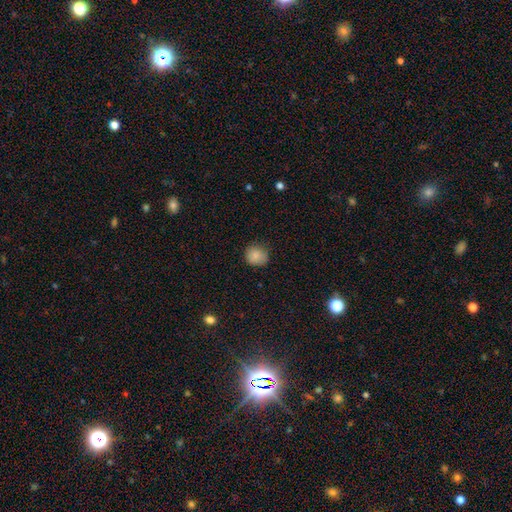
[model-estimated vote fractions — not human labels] This is clearly a smooth galaxy (86%). How rounded: clearly round (83%). Merging: clearly none (81%).